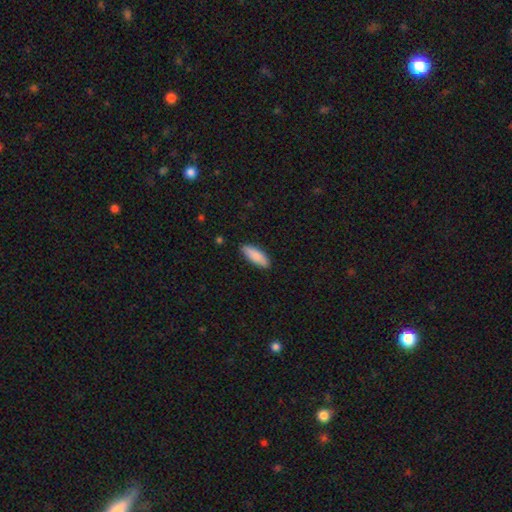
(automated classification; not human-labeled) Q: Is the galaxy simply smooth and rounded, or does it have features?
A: smooth — 87%.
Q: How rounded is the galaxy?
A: in between — 58%.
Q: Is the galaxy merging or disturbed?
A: none — 88%.